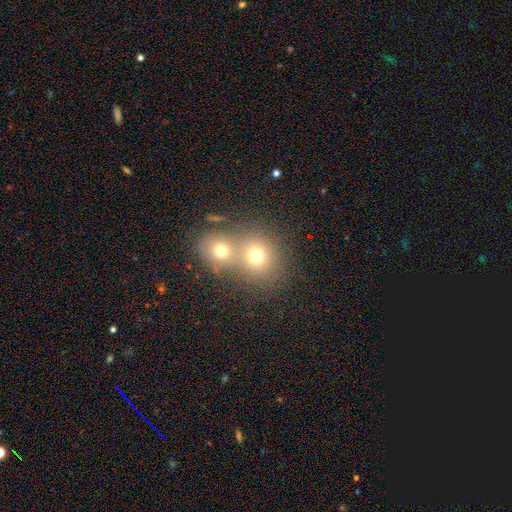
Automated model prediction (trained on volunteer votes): Smooth or featured? Predicted: smooth (p=0.71). How rounded? Predicted: round (p=0.79). Merging? Predicted: merger (p=0.56).